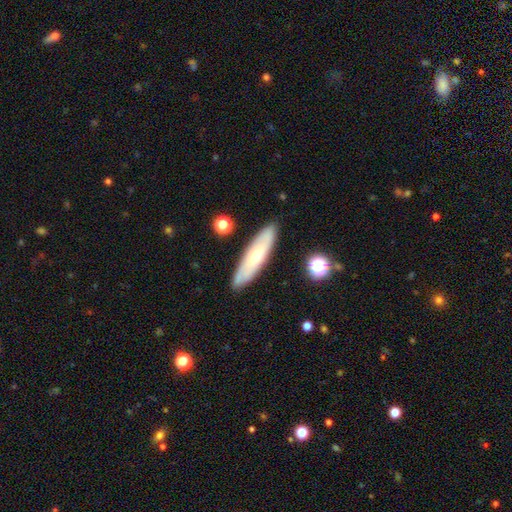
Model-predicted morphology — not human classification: Smooth or featured? smooth (52%)
How rounded? cigar-shaped (70%)
Merging? none (87%)